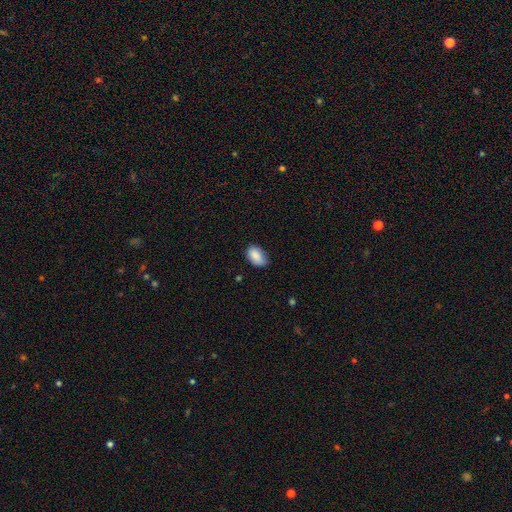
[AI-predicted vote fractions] Morphology: type=smooth (88%); roundness=in between (91%); merging=none (69%).